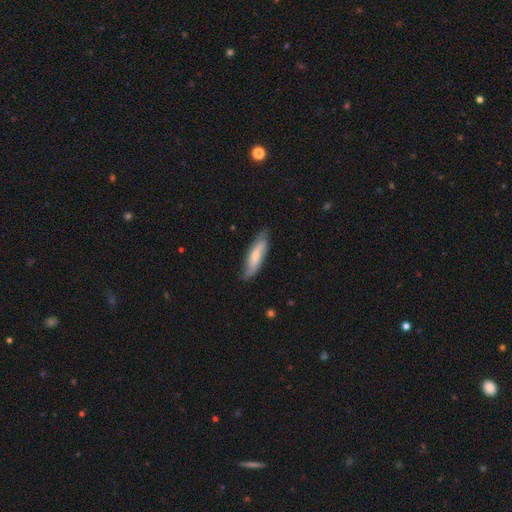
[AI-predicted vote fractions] Smooth or featured?
  - smooth: 60% *
  - featured or disk: 34%
  - star or artifact: 5%
How rounded?
  - cigar-shaped: 64% *
  - in between: 34%
  - round: 2%
Merging?
  - none: 75% *
  - minor disturbance: 20%
  - major disturbance: 3%
  - merger: 1%